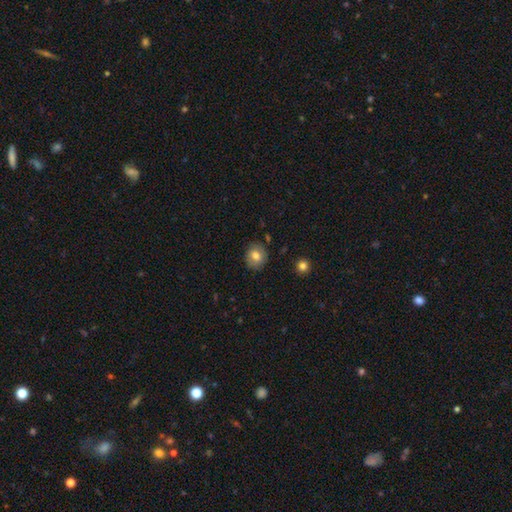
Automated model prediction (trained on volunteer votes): Smooth or featured? smooth (77%)
How rounded? round (73%)
Merging? none (85%)